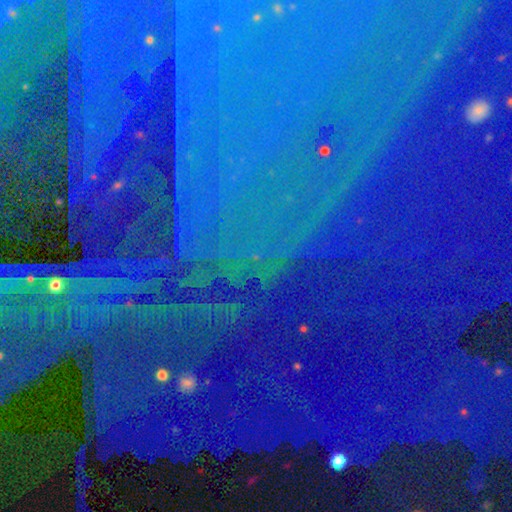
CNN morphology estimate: A star or artifact, not a galaxy (87%).